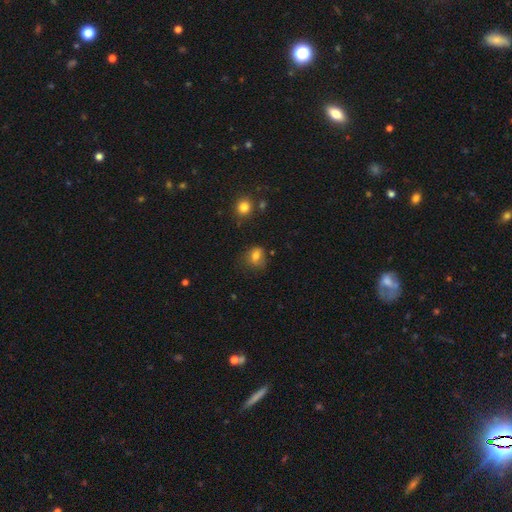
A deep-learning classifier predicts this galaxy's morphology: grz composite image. It shows a smooth galaxy with no disk features (75%) that is in between round and cigar-shaped (52%). Merging: none (54%).